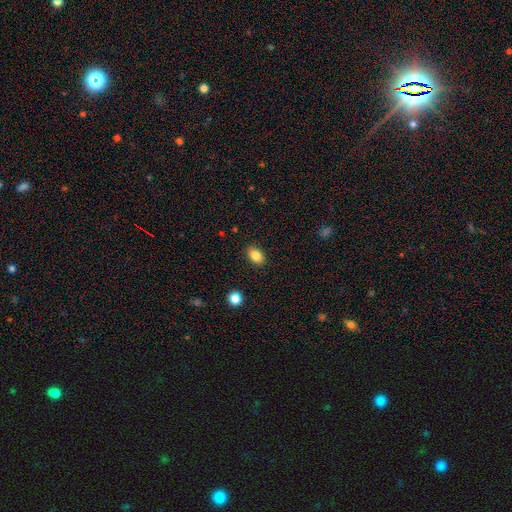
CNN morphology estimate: Smooth or featured: smooth — 85% (star or artifact — 9%)
How rounded: in between — 86% (round — 13%)
Merging: none — 88% (minor disturbance — 9%)